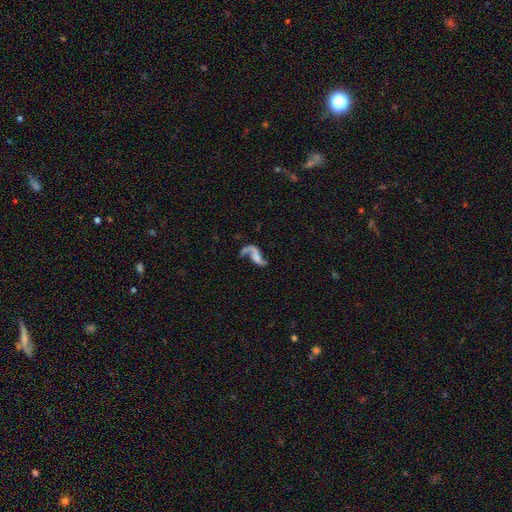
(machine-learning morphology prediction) featured or disk 78%, smooth 14%, star or artifact 8%. Down the decision tree: edge-on disk — no (95%); bar — no (52%); spiral arms — yes (90%); spiral arm count — 2 (74%); spiral winding — loose (86%); bulge size — none (54%); merging — none (44%).